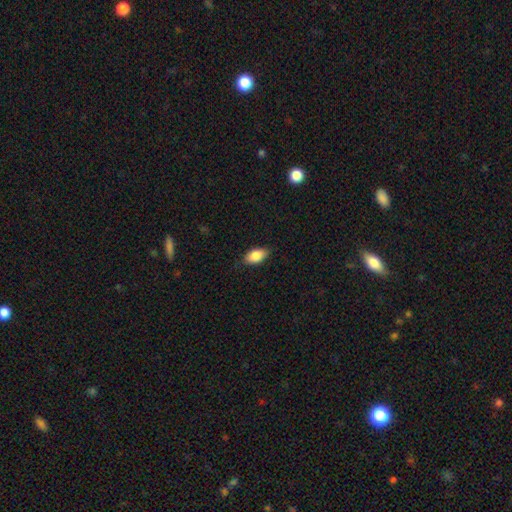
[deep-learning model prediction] The model was most divided on "merging": none: 80%, minor disturbance: 16%, major disturbance: 3%, merger: 1%. More confident: how rounded — in between (90%); smooth or featured — smooth (83%).